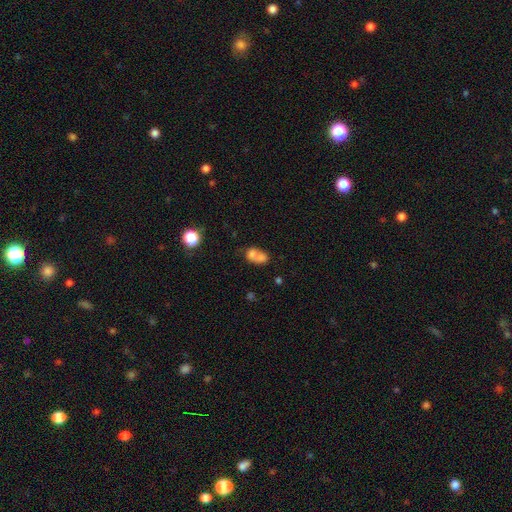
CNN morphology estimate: smooth-or-featured: smooth: 68% | featured or disk: 20% | star or artifact: 12%
  how-rounded: in between: 54% | round: 44% | cigar-shaped: 2%
  merging: merger: 67% | none: 20% | minor disturbance: 7% | major disturbance: 6%